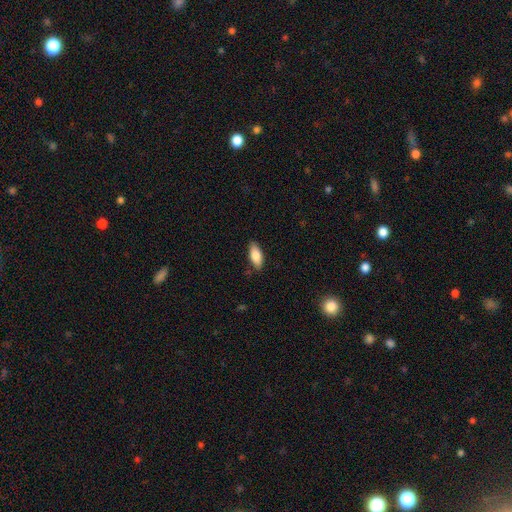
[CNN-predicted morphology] Smooth or featured?
  - smooth: 84% *
  - featured or disk: 10%
  - star or artifact: 6%
How rounded?
  - in between: 85% *
  - cigar-shaped: 13%
  - round: 2%
Merging?
  - none: 83% *
  - minor disturbance: 13%
  - major disturbance: 2%
  - merger: 1%